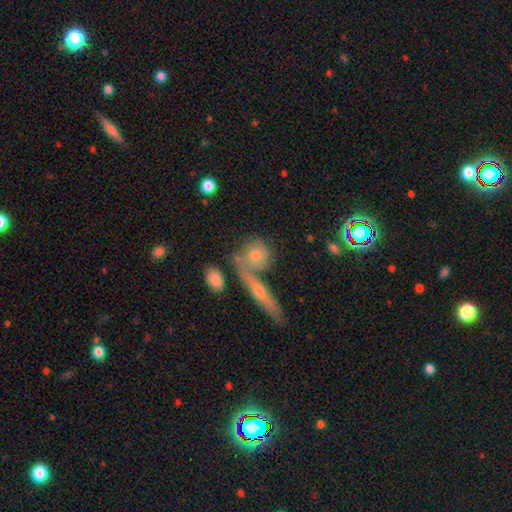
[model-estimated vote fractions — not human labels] Smooth or featured?
  - smooth: 55% *
  - featured or disk: 36%
  - star or artifact: 9%
How rounded?
  - round: 59% *
  - in between: 29%
  - cigar-shaped: 12%
Merging?
  - none: 48% *
  - merger: 31%
  - minor disturbance: 14%
  - major disturbance: 7%